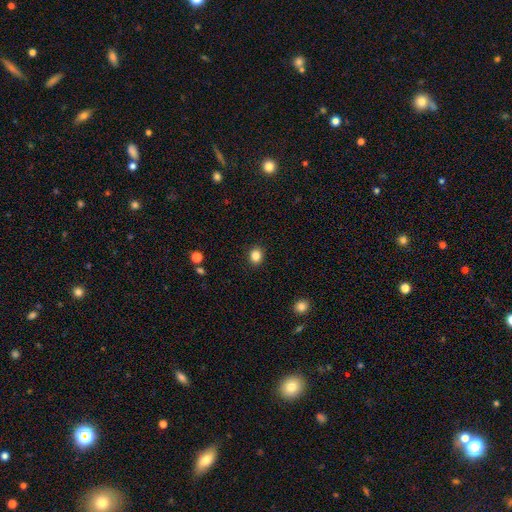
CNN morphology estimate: smooth-or-featured: smooth: 86% | star or artifact: 10% | featured or disk: 4%
  how-rounded: round: 64% | in between: 35% | cigar-shaped: 1%
  merging: none: 91% | minor disturbance: 6% | major disturbance: 2% | merger: 1%